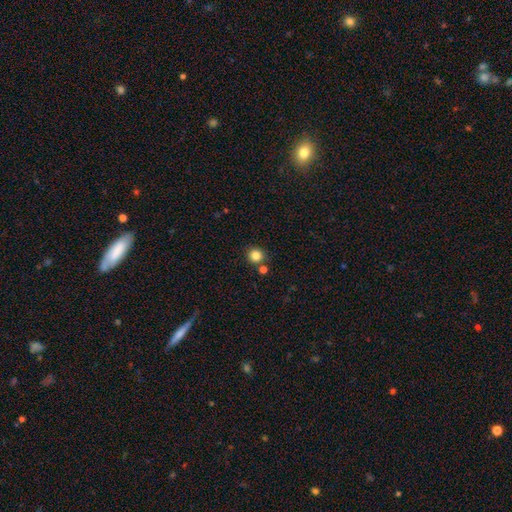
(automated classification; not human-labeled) Smooth or featured? smooth (83%)
How rounded? round (91%)
Merging? none (80%)